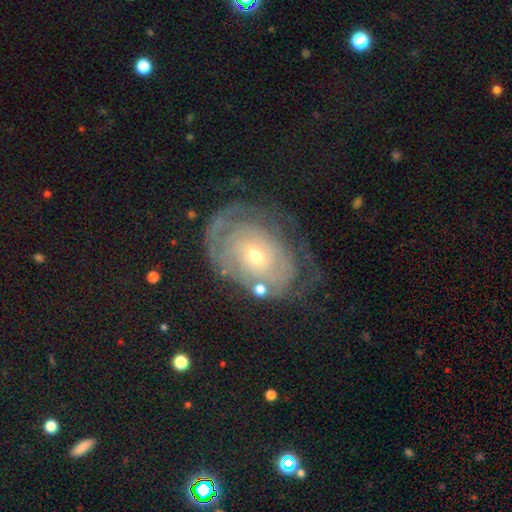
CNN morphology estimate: A featured or disk galaxy (79%) with no bar (66%), tight (76%) spiral arms (84%) and a small central bulge (61%). Merging: none (61%).